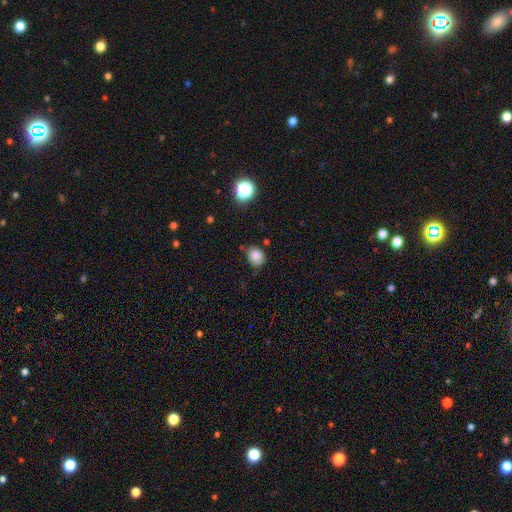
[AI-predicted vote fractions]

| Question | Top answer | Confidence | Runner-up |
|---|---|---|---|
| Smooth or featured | smooth | 83% | star or artifact (11%) |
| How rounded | round | 53% | in between (46%) |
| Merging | none | 70% | minor disturbance (23%) |